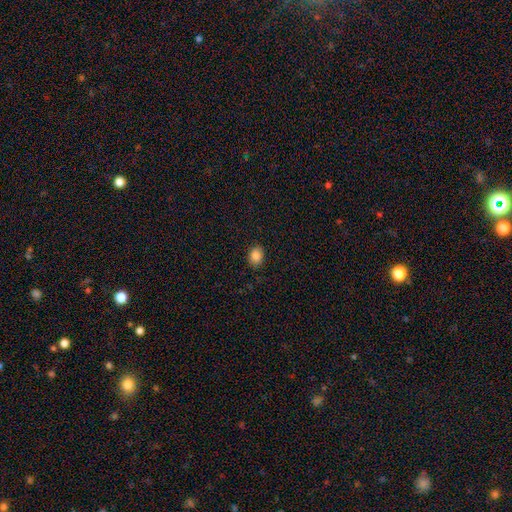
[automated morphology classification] A smooth galaxy with no disk features (86%) that is in between round and cigar-shaped (64%). Merging: none (87%).